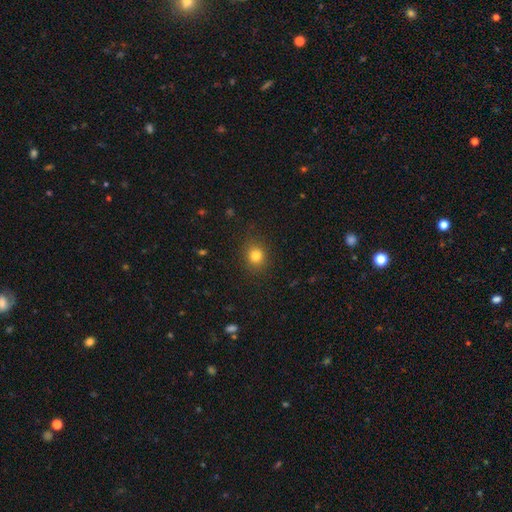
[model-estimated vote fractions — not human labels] smooth-or-featured: smooth: 81% | star or artifact: 13% | featured or disk: 6%
  how-rounded: round: 79% | in between: 21% | cigar-shaped: 1%
  merging: none: 88% | minor disturbance: 8% | major disturbance: 3% | merger: 1%